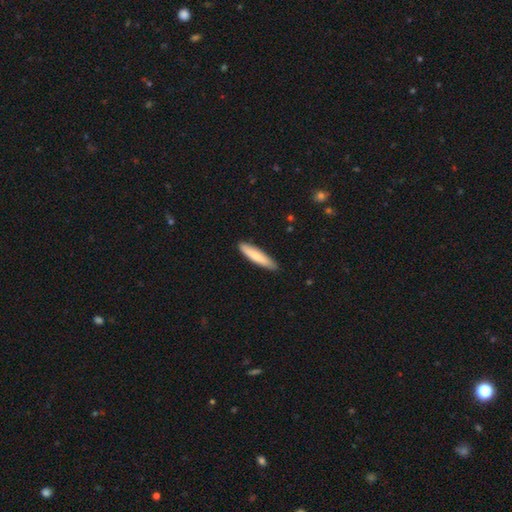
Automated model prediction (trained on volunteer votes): Smooth or featured?
  - smooth: 78% *
  - featured or disk: 17%
  - star or artifact: 5%
How rounded?
  - cigar-shaped: 84% *
  - in between: 15%
  - round: 1%
Merging?
  - none: 88% *
  - minor disturbance: 9%
  - major disturbance: 1%
  - merger: 1%